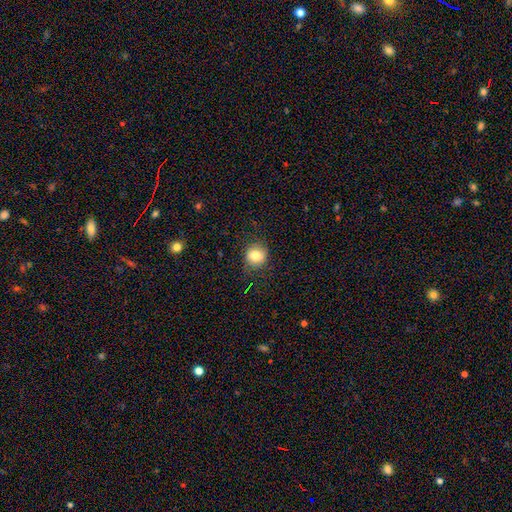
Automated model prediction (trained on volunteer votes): A smooth galaxy with no disk features (76%) that is round (85%). Merging: none (83%).